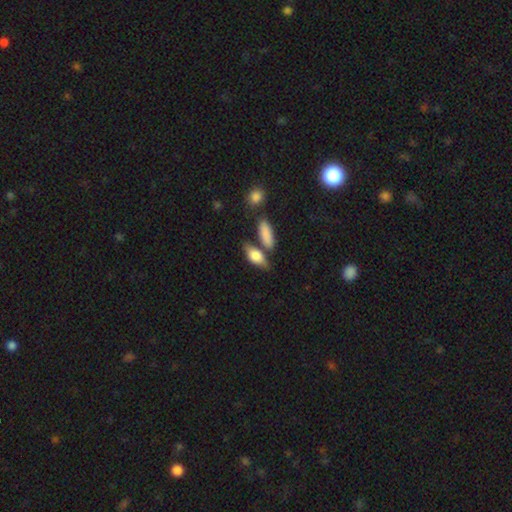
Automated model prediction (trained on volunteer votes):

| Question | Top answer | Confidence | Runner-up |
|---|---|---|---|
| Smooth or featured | smooth | 73% | featured or disk (20%) |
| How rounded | in between | 74% | cigar-shaped (21%) |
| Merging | none | 58% | merger (20%) |